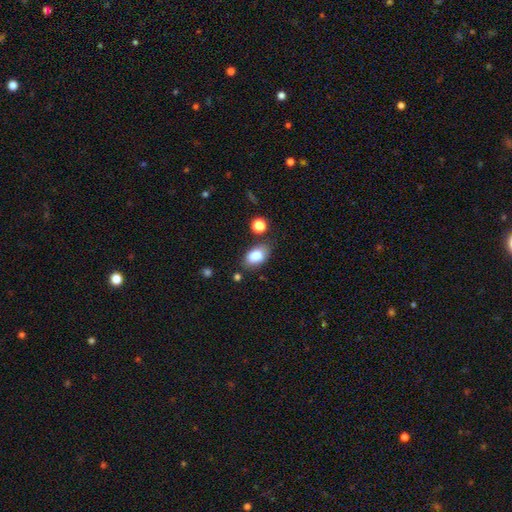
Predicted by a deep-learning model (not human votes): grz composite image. It shows a smooth galaxy with no disk features (84%) that is in between round and cigar-shaped (89%). Merging: none (74%).